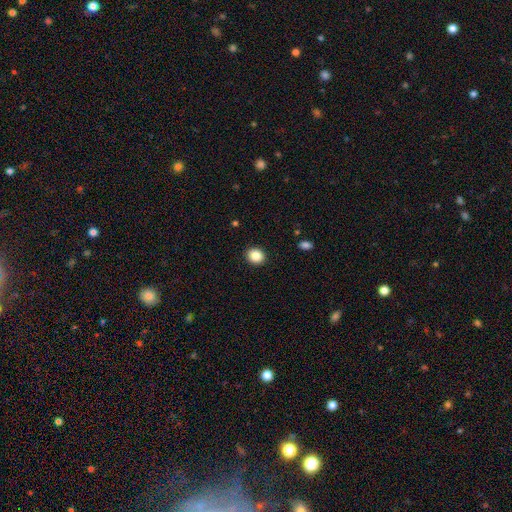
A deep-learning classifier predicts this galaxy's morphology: Overall: smooth (86%). How rounded: round (71%). Merging: none (92%).